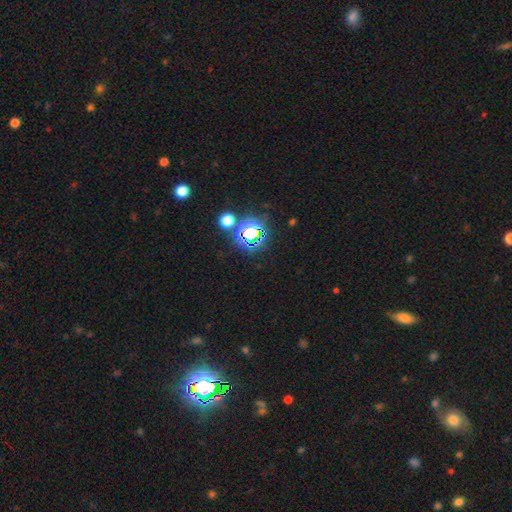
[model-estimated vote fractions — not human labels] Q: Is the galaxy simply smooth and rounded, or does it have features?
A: star or artifact — 78%.